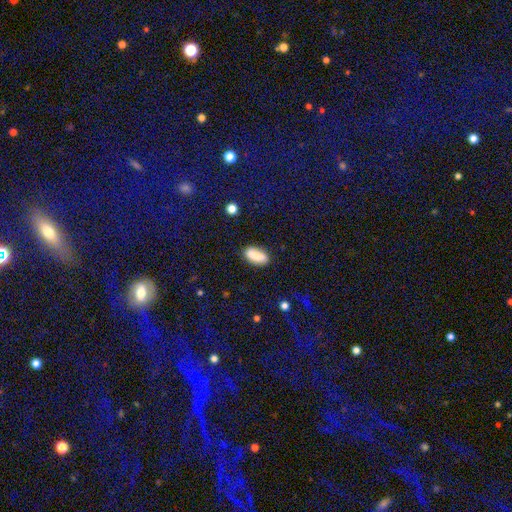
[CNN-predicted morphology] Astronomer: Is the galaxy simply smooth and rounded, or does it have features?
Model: smooth — 82%.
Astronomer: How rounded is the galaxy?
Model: in between — 85%.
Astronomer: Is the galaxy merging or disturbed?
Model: none — 82%.